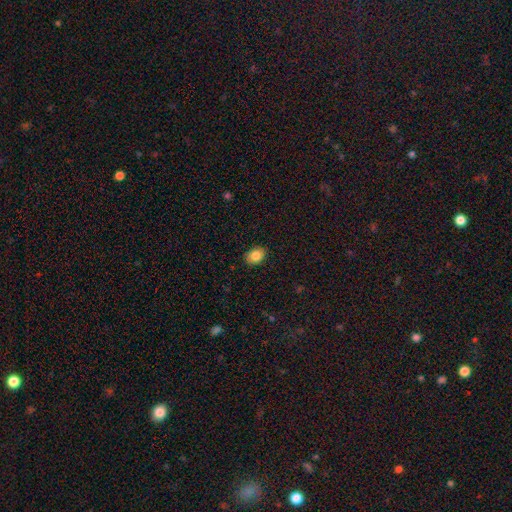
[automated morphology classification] smooth 84%, star or artifact 8%, featured or disk 7%. Down the decision tree: how rounded — in between (68%); merging — none (88%).